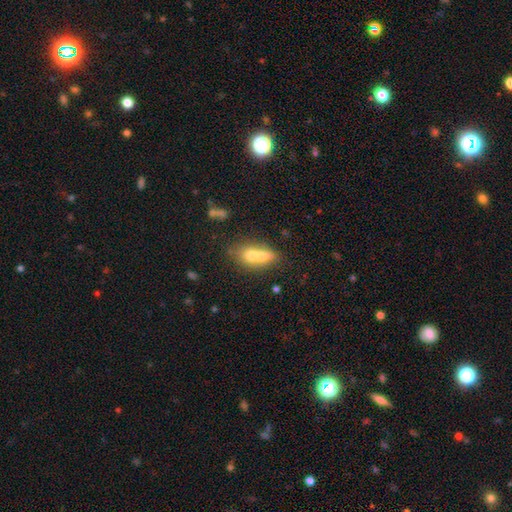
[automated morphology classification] Smooth or featured? Predicted: smooth (p=0.65). How rounded? Predicted: in between (p=0.67). Merging? Predicted: merger (p=0.62).